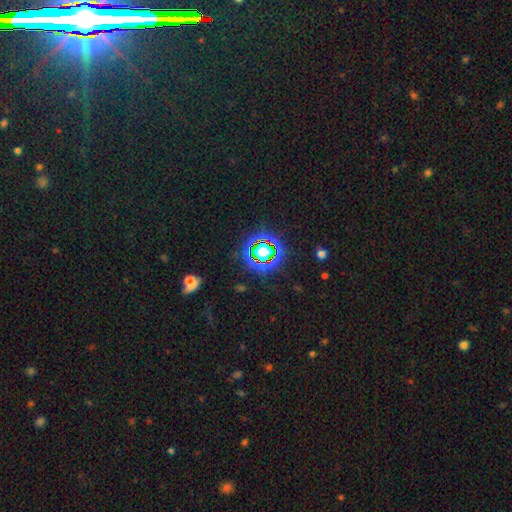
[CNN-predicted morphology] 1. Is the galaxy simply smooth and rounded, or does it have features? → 76% star or artifact, 15% smooth, 8% featured or disk.